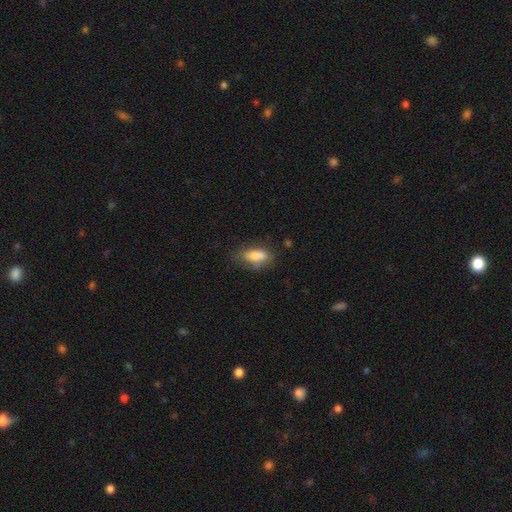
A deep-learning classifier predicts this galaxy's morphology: A smooth galaxy with no disk features (72%) that is in between round and cigar-shaped (83%). Merging: none (51%).